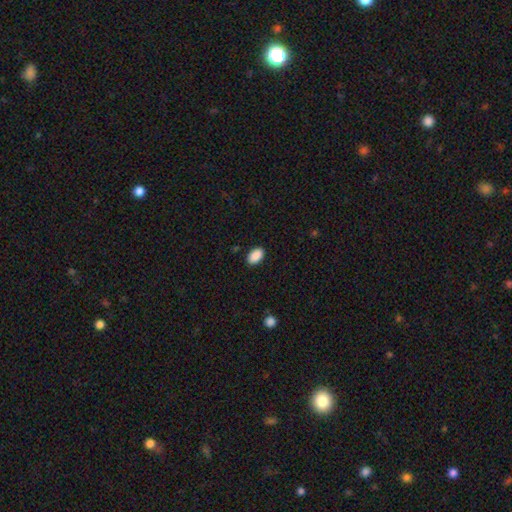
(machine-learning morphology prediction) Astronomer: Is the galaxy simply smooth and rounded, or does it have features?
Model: smooth — 90%.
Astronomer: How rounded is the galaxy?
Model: in between — 93%.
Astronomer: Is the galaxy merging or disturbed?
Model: none — 89%.